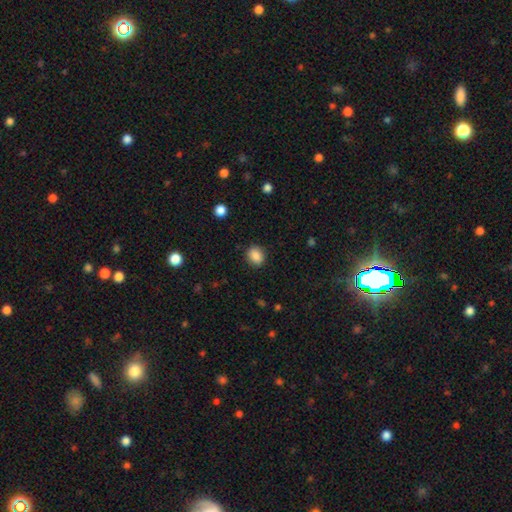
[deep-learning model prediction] Overall: smooth (87%). How rounded: round (55%; in between 44%). Merging: none (88%).